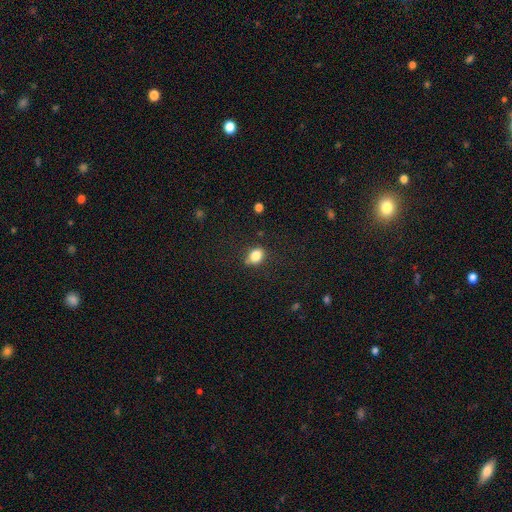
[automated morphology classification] Q: Smooth or featured?
A: smooth (83%); runner-up: star or artifact (11%)
Q: How rounded?
A: in between (56%); runner-up: round (43%)
Q: Merging?
A: none (74%); runner-up: minor disturbance (17%)